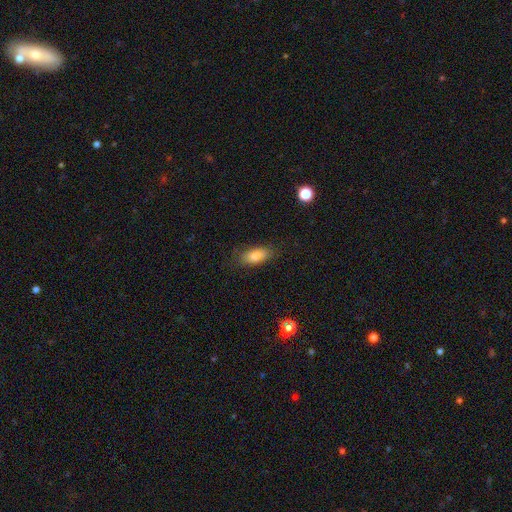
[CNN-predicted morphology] smooth 82%, featured or disk 10%, star or artifact 8%. Down the decision tree: how rounded — in between (85%); merging — none (80%).